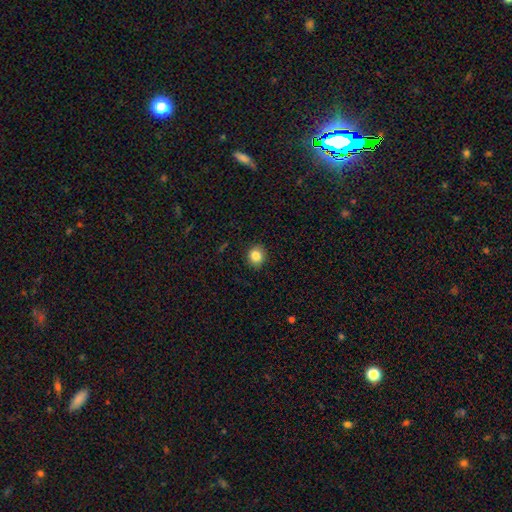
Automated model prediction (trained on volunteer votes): This is clearly a smooth galaxy (84%). How rounded: likely round (78%). Merging: clearly none (89%).